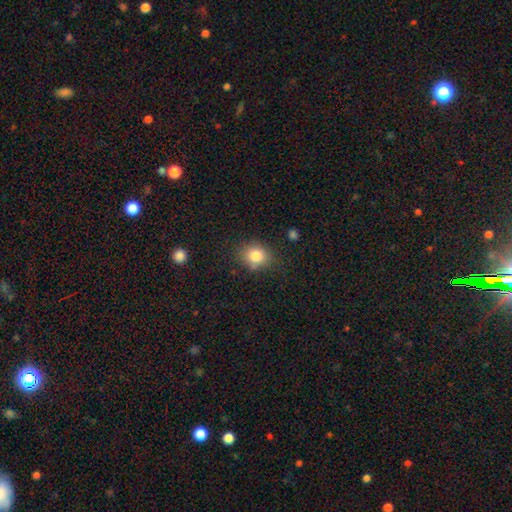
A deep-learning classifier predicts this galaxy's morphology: Smooth or featured: smooth — 82% (star or artifact — 11%)
How rounded: round — 67% (in between — 32%)
Merging: none — 76% (minor disturbance — 16%)